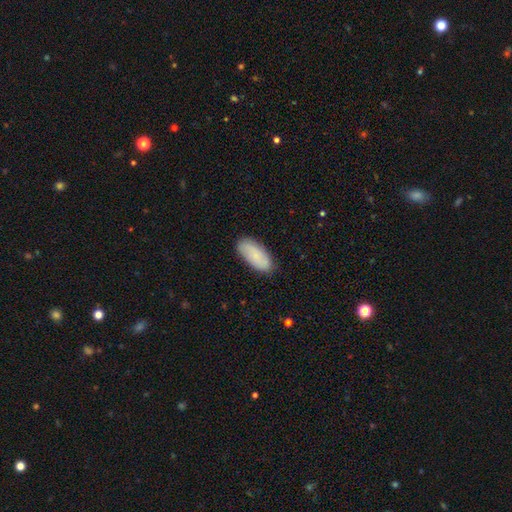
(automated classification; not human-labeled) This appears to be a smooth galaxy with no disk features (80%) that is in between round and cigar-shaped (87%). Merging: none (85%).